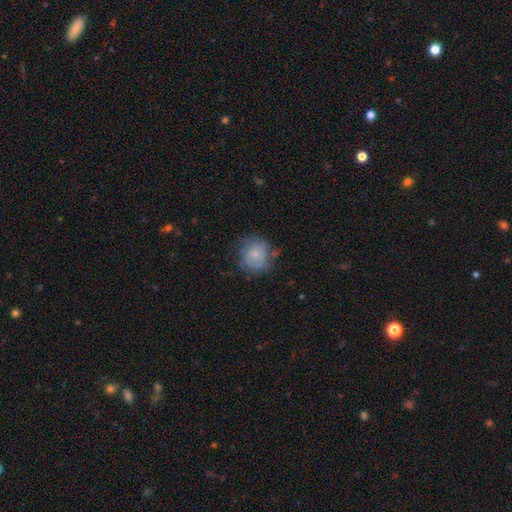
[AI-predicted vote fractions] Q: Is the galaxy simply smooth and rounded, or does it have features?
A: smooth — 60%.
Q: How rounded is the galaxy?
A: round — 82%.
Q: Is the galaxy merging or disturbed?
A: none — 56%.